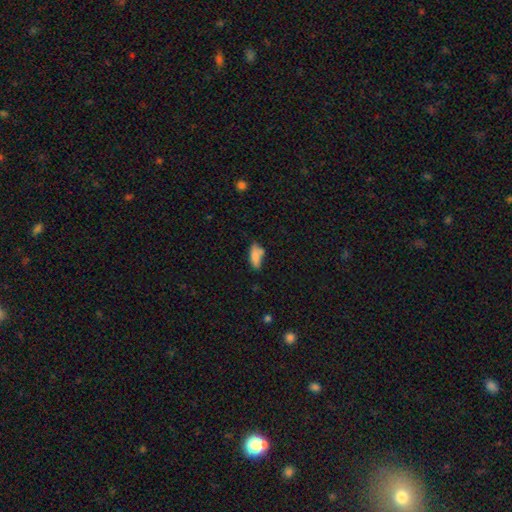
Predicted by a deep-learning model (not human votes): smooth_or_featured: smooth (p=0.77) [alt: featured or disk p=0.14]
how_rounded: in between (p=0.76) [alt: cigar-shaped p=0.21]
merging: none (p=0.51) [alt: minor disturbance p=0.27]